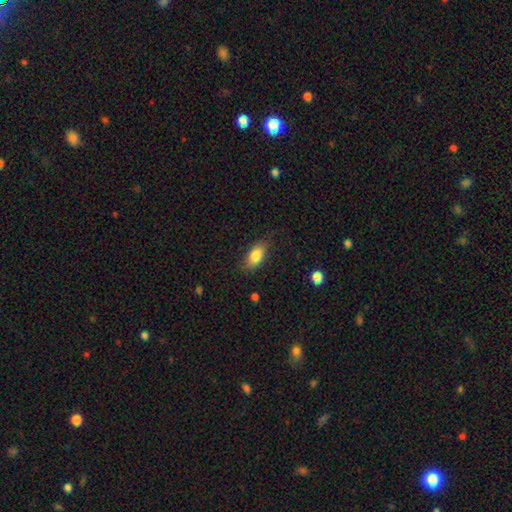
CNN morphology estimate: This is likely a smooth galaxy (80%). How rounded: clearly in between (85%). Merging: likely none (76%).